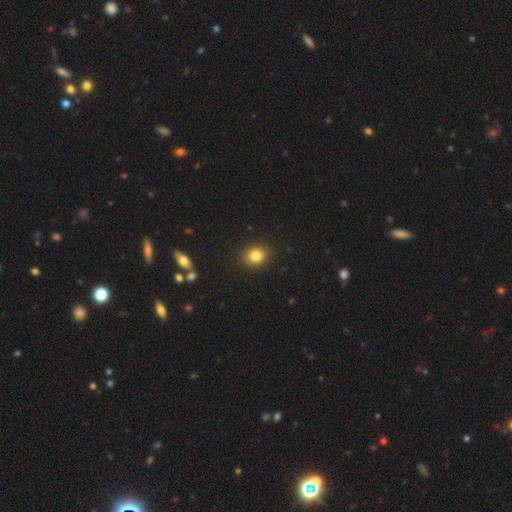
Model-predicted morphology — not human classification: Smooth or featured?
  - smooth: 83% *
  - star or artifact: 11%
  - featured or disk: 6%
How rounded?
  - round: 69% *
  - in between: 30%
  - cigar-shaped: 1%
Merging?
  - none: 89% *
  - minor disturbance: 7%
  - major disturbance: 2%
  - merger: 1%